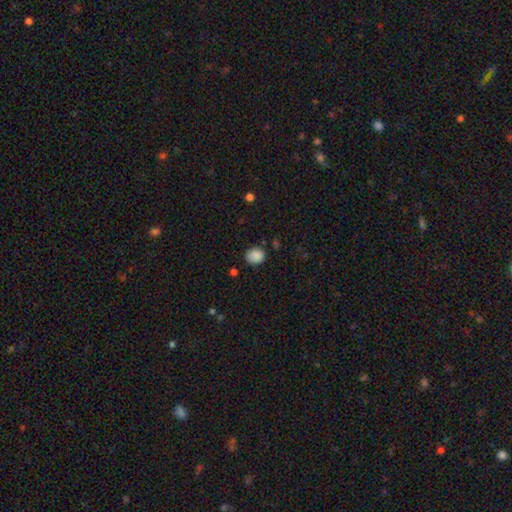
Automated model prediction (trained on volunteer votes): smooth-or-featured: smooth: 87% | star or artifact: 9% | featured or disk: 3%
  how-rounded: round: 60% | in between: 39% | cigar-shaped: 1%
  merging: none: 77% | minor disturbance: 17% | major disturbance: 4% | merger: 2%